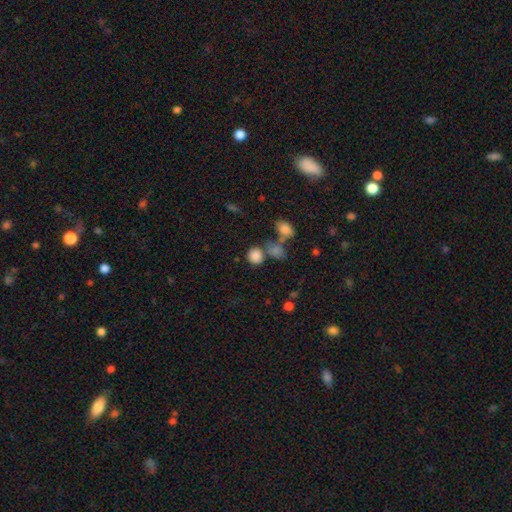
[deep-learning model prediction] Smooth or featured: smooth — 82% (star or artifact — 12%)
How rounded: round — 82% (in between — 17%)
Merging: none — 61% (merger — 21%)